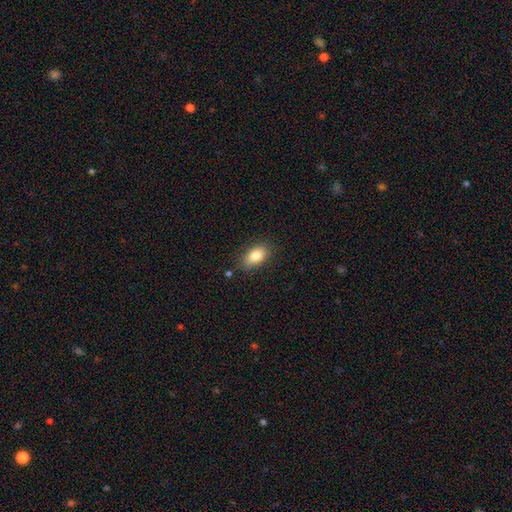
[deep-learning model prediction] Q: Smooth or featured?
A: smooth (83%); runner-up: featured or disk (9%)
Q: How rounded?
A: in between (90%); runner-up: round (7%)
Q: Merging?
A: none (82%); runner-up: minor disturbance (13%)